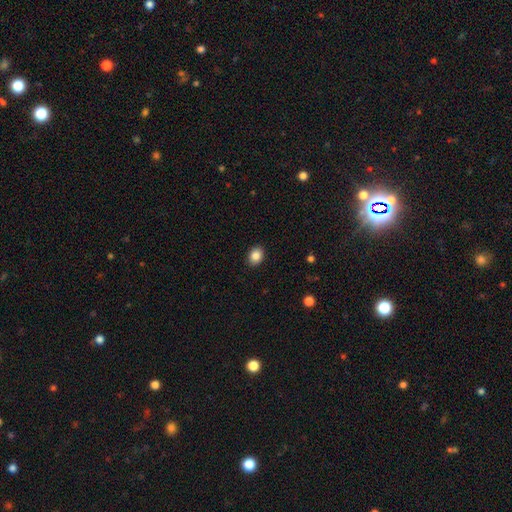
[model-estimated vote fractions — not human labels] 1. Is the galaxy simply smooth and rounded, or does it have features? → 86% smooth, 9% star or artifact, 5% featured or disk.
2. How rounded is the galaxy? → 63% in between, 36% round, 1% cigar-shaped.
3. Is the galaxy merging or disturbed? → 90% none, 7% minor disturbance, 2% major disturbance, 1% merger.